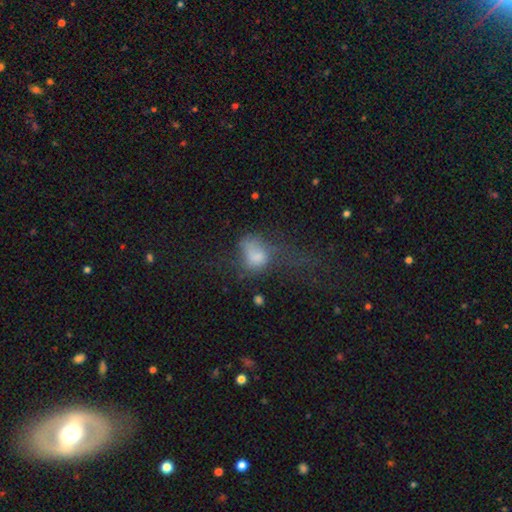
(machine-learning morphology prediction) This appears to be a smooth galaxy with no disk features (65%) that is in between round and cigar-shaped (63%). Merging: major disturbance (53%).